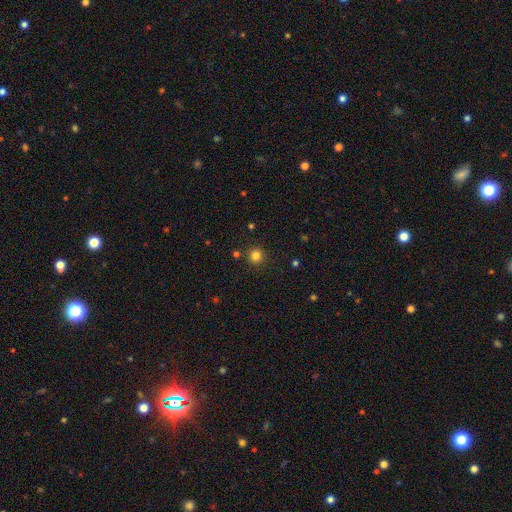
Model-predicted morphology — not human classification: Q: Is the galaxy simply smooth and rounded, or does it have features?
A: smooth — 81%.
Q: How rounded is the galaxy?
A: round — 95%.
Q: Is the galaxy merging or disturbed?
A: none — 89%.